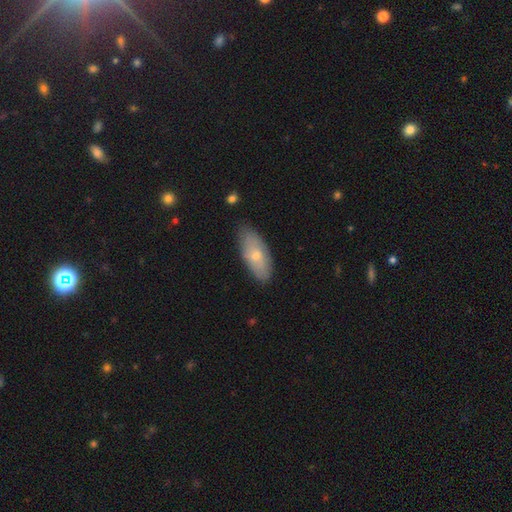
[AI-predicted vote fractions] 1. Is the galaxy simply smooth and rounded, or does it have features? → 64% smooth, 30% featured or disk, 6% star or artifact.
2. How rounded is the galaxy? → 84% in between, 13% cigar-shaped, 3% round.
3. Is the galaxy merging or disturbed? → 77% none, 19% minor disturbance, 3% major disturbance, 1% merger.